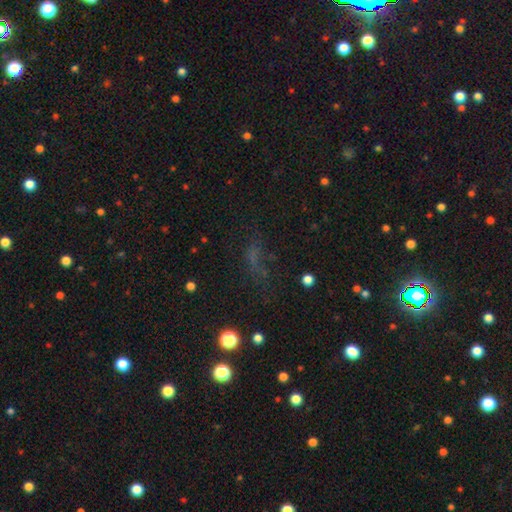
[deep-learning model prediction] Smooth or featured?
  - star or artifact: 47% *
  - smooth: 36%
  - featured or disk: 16%